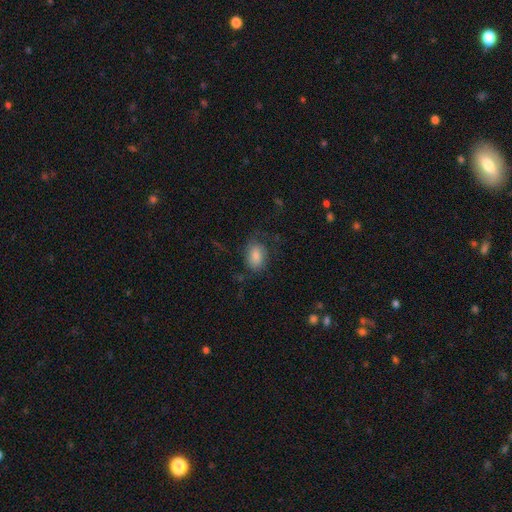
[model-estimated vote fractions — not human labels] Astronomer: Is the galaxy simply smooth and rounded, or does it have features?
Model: smooth — 71%.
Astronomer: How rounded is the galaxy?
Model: in between — 76%.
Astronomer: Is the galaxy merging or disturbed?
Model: none — 61%.